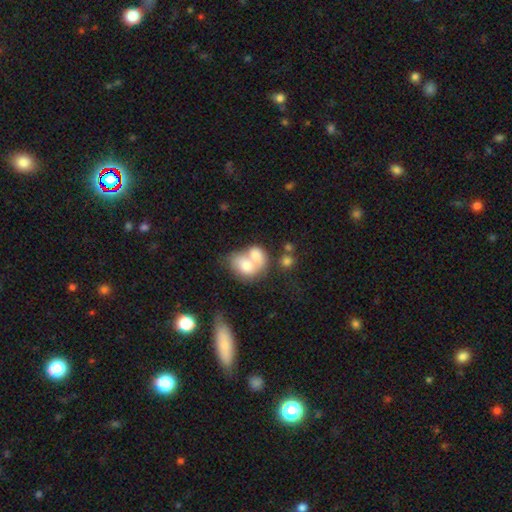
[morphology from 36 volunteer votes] A smooth galaxy with no disk features (81%) that is in between round and cigar-shaped (72%). Merging: merger (77%).